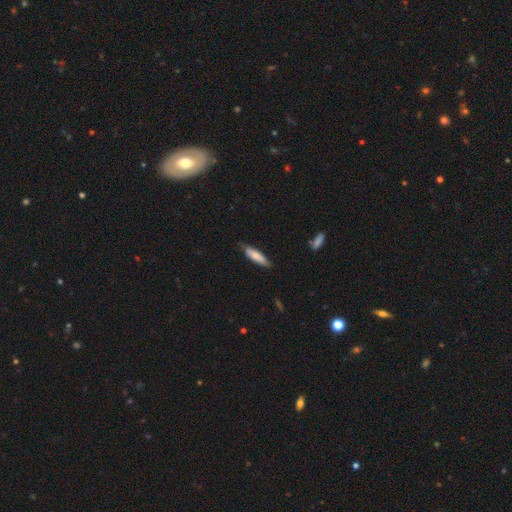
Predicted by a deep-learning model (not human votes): Smooth or featured? smooth (74%)
How rounded? cigar-shaped (72%)
Merging? none (73%)